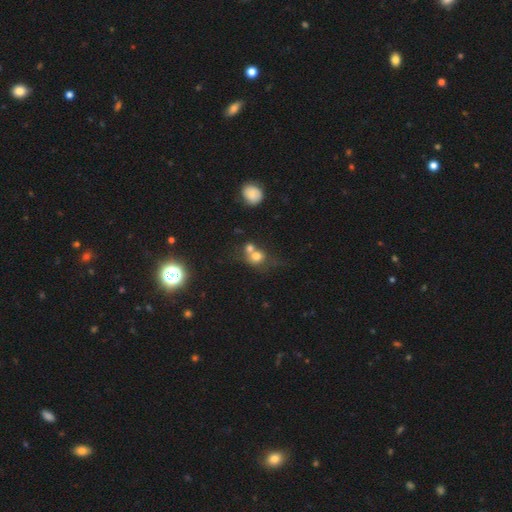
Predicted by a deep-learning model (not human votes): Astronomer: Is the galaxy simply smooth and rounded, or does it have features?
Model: smooth — 70%.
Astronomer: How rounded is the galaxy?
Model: round — 76%.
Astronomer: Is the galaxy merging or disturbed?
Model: merger — 55%.